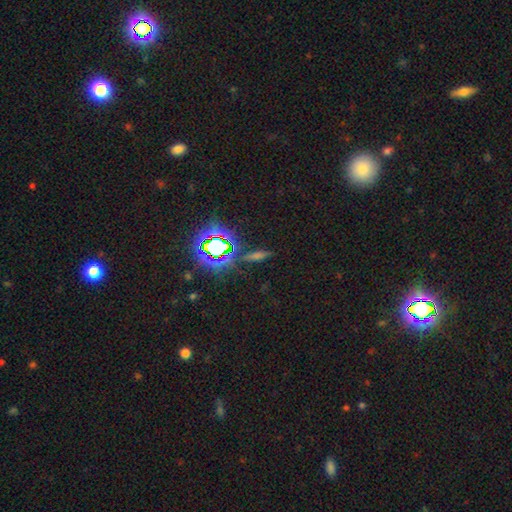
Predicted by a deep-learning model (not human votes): Morphology: type=star or artifact (43%).